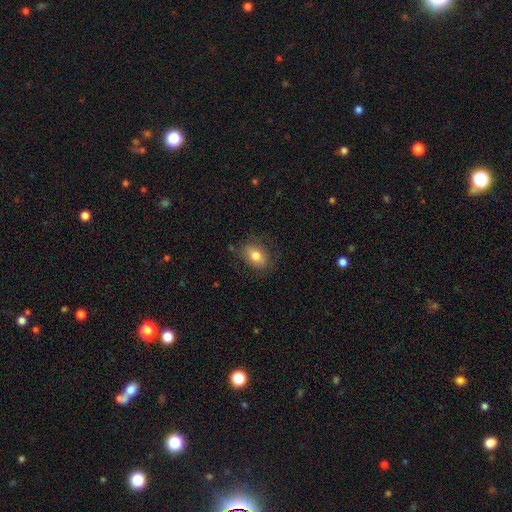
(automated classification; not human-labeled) Smooth or featured? Predicted: smooth (p=0.77). How rounded? Predicted: in between (p=0.77). Merging? Predicted: none (p=0.78).